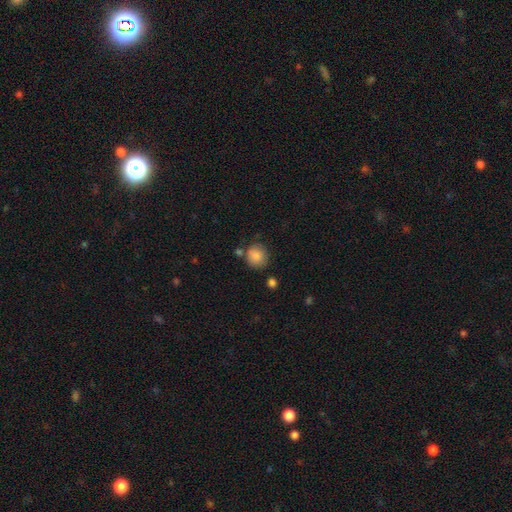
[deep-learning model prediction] Smooth or featured? smooth (86%)
How rounded? round (84%)
Merging? none (71%)